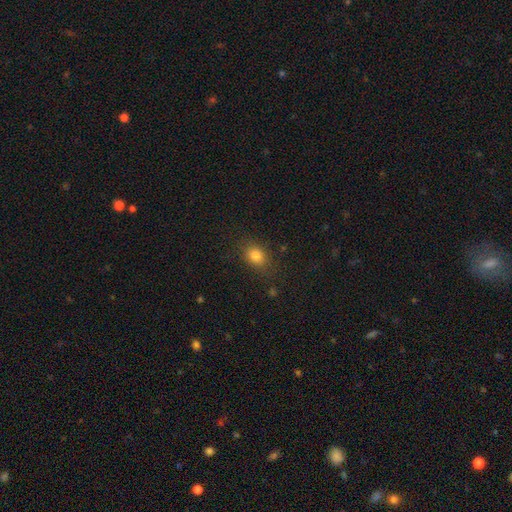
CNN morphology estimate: Smooth or featured? Predicted: smooth (p=0.82). How rounded? Predicted: in between (p=0.59). Merging? Predicted: none (p=0.80).